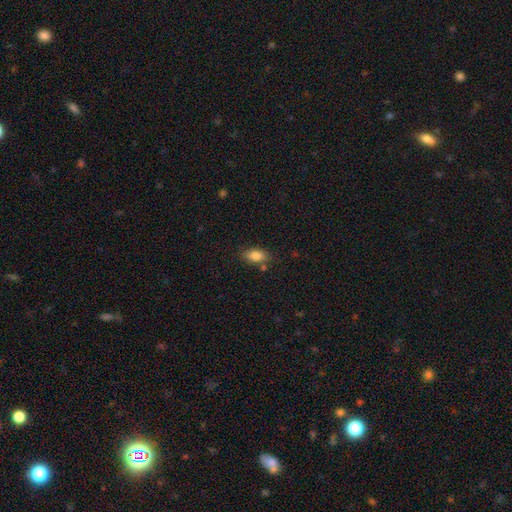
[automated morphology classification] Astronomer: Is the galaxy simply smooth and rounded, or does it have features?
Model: smooth — 85%.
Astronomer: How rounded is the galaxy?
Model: in between — 88%.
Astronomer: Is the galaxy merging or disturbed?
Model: none — 76%.